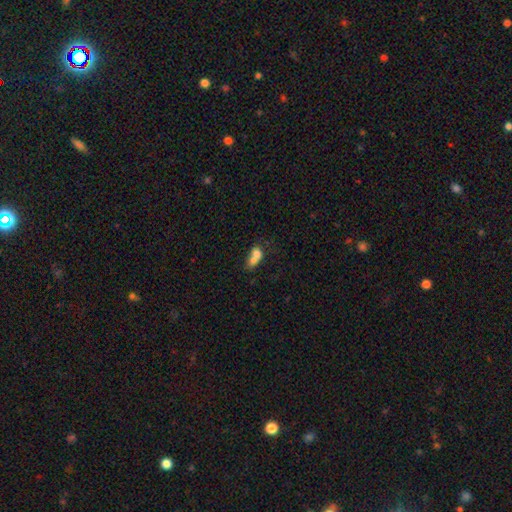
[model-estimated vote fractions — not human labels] Smooth or featured? smooth (68%)
How rounded? in between (53%)
Merging? merger (73%)